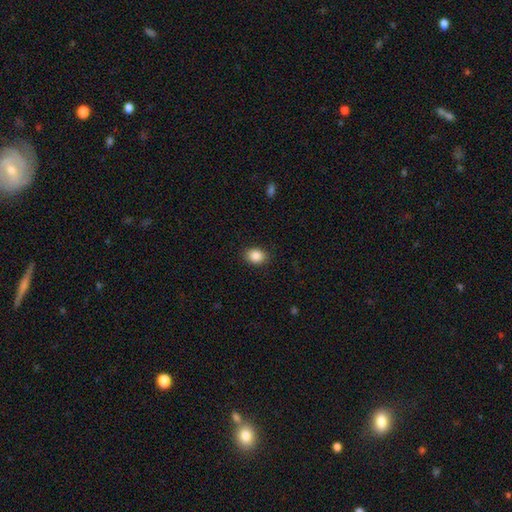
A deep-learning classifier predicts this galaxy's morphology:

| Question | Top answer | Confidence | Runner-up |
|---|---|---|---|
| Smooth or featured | smooth | 87% | star or artifact (9%) |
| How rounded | in between | 62% | round (37%) |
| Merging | none | 89% | minor disturbance (8%) |